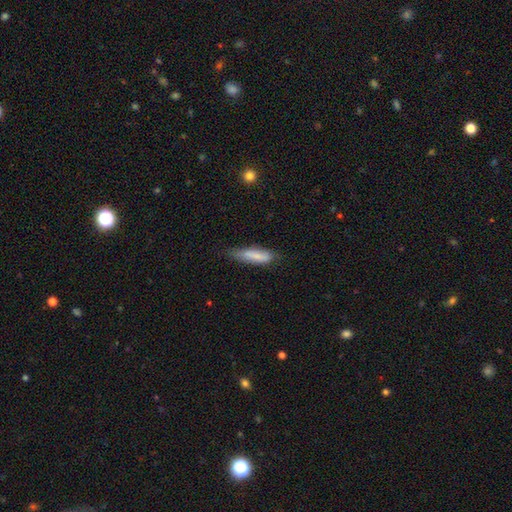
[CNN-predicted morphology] smooth_or_featured: smooth (p=0.77) [alt: featured or disk p=0.17]
how_rounded: cigar-shaped (p=0.64) [alt: in between p=0.34]
merging: none (p=0.59) [alt: minor disturbance p=0.31]